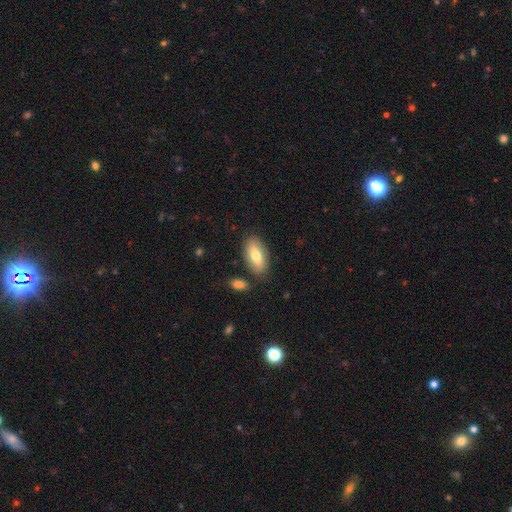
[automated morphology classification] The model was most divided on "smooth or featured": smooth: 71%, featured or disk: 22%, star or artifact: 6%. More confident: how rounded — in between (91%); merging — none (80%).